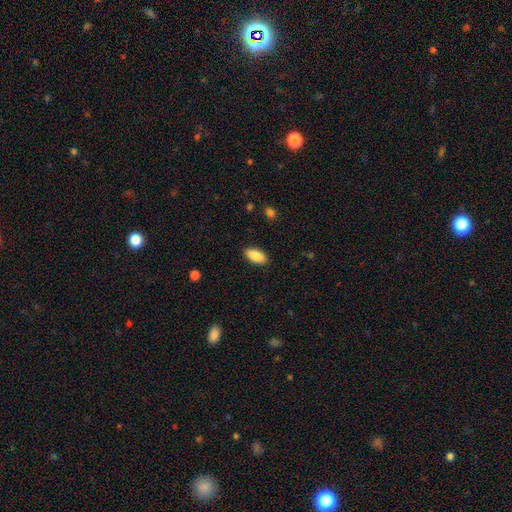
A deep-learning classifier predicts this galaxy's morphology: smooth 88%, star or artifact 6%, featured or disk 6%. Down the decision tree: how rounded — in between (90%); merging — none (89%).